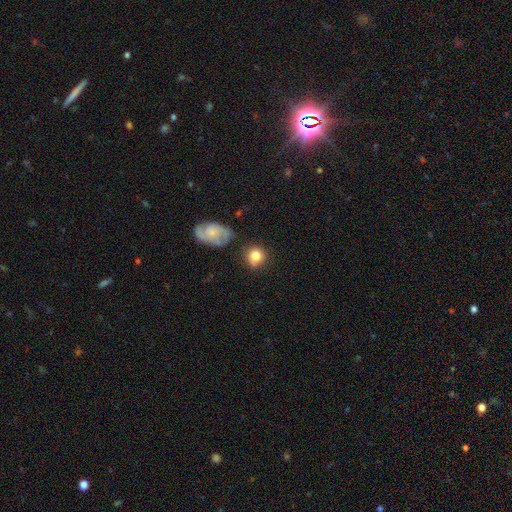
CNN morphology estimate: Overall: smooth (77%). How rounded: round (84%). Merging: none (72%).